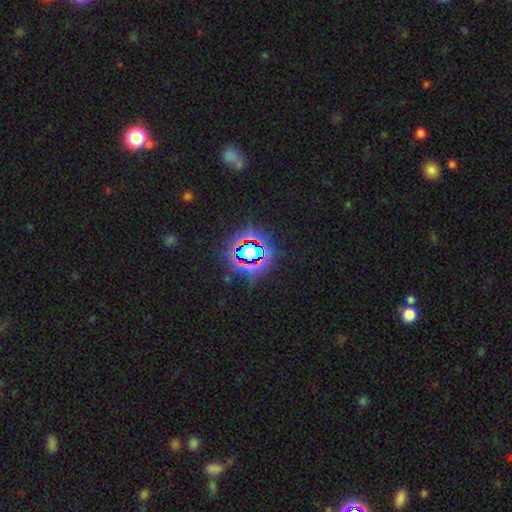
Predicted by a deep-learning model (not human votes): Morphology: type=star or artifact (77%).